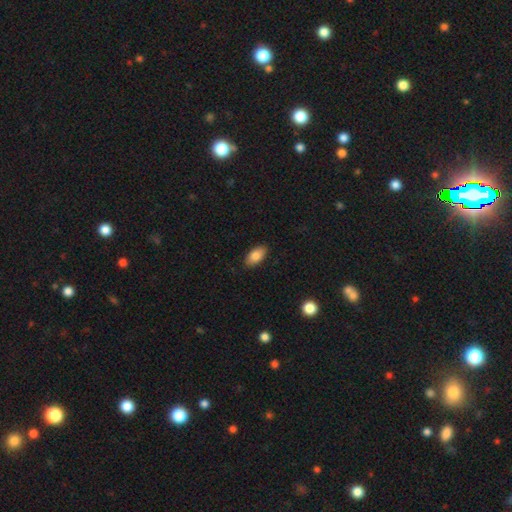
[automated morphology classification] smooth 82%, featured or disk 11%, star or artifact 7%. Down the decision tree: how rounded — in between (93%); merging — none (87%).